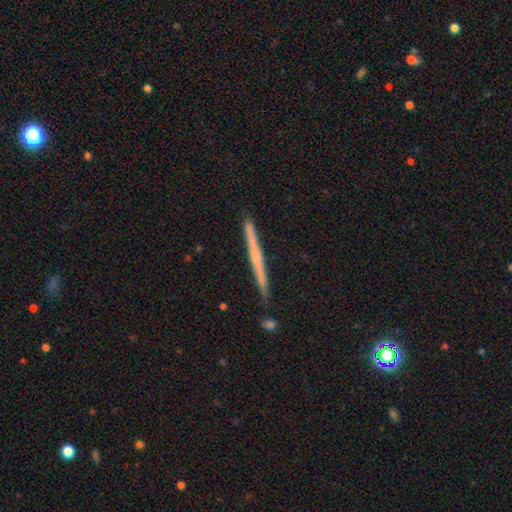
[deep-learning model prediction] This is possibly a featured or disk galaxy (60%). It is clearly viewed edge-on (98%). Edge-on bulge: likely none (70%). Merging: clearly none (90%).